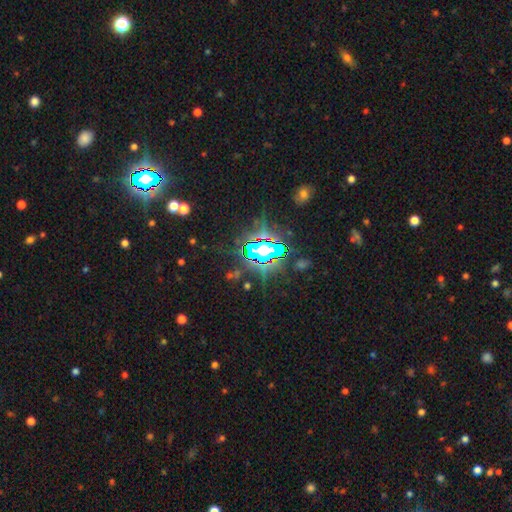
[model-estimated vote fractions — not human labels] star or artifact 82%, smooth 10%, featured or disk 8%.